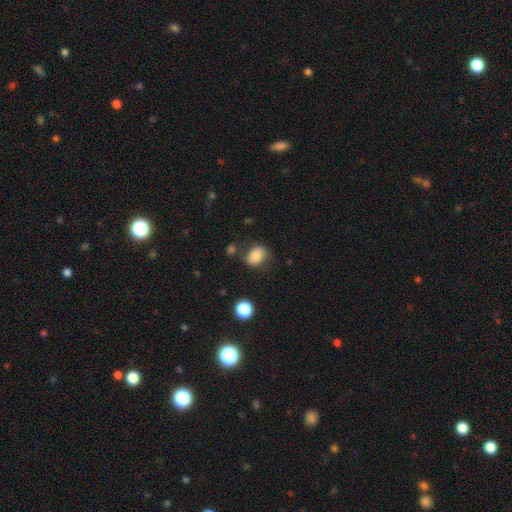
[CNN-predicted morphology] type=smooth (81%); roundness=in between (56%); merging=none (70%).